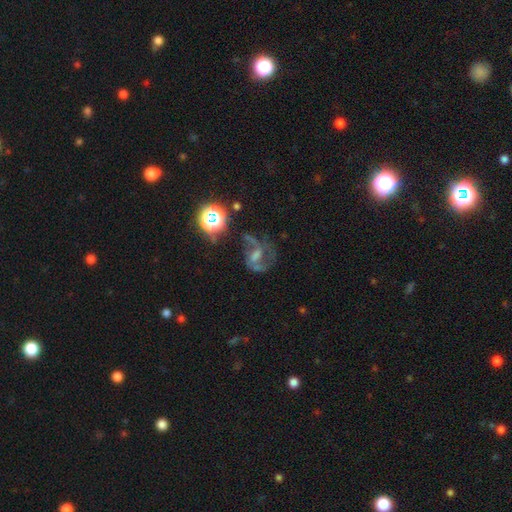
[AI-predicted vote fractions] featured or disk 61%, star or artifact 23%, smooth 16%. Down the decision tree: edge-on disk — no (97%); bar — weak (43%); spiral arms — yes (79%); bulge size — moderate (36%); merging — none (49%).